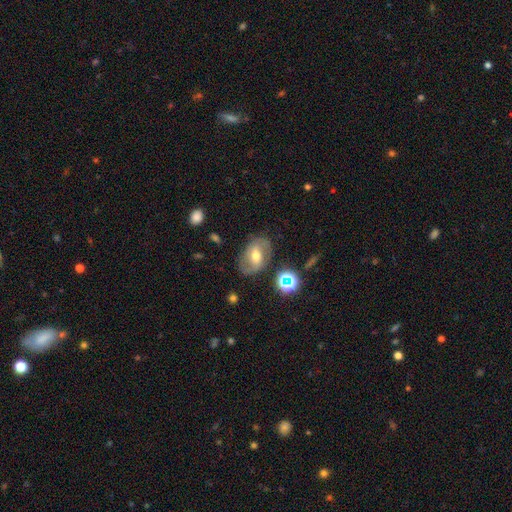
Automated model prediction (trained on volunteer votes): This appears to be a featured or disk galaxy (57%) with a weak bar (42%), spiral arms (70%) and a moderate central bulge (68%). Merging: none (76%).